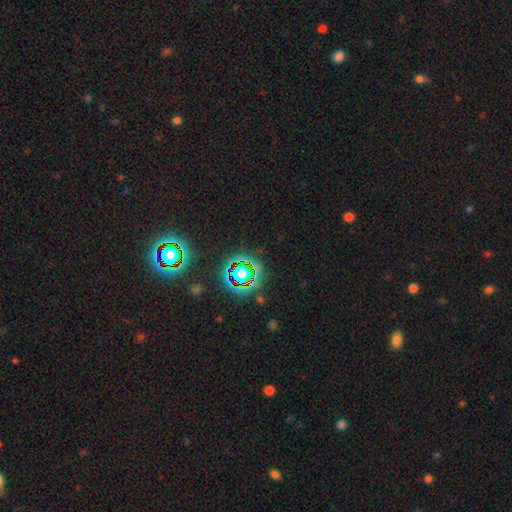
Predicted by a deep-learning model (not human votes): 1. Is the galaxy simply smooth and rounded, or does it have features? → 80% star or artifact, 12% smooth, 9% featured or disk.